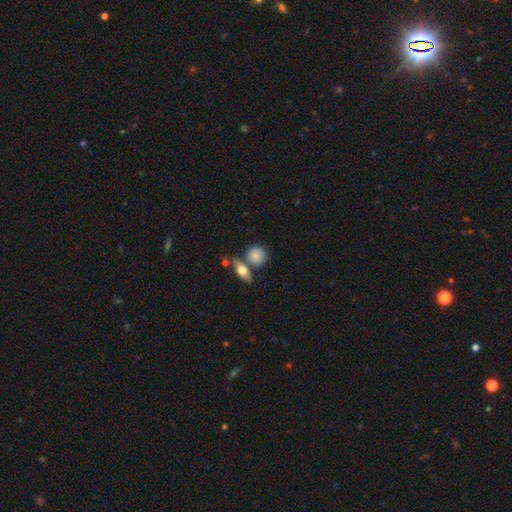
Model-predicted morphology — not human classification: type=smooth (81%); roundness=round (78%); merging=none (63%).